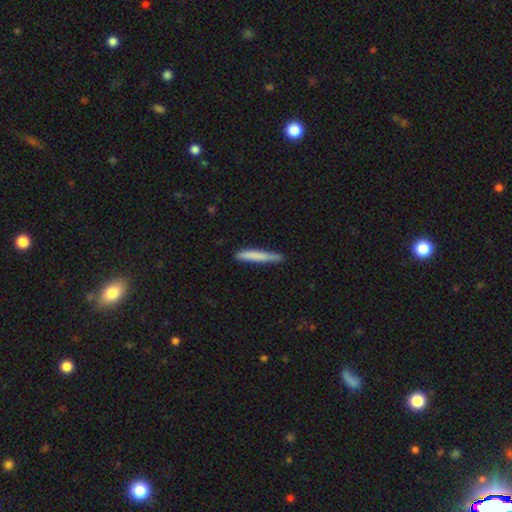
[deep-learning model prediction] smooth 77%, featured or disk 17%, star or artifact 6%. Down the decision tree: how rounded — cigar-shaped (95%); merging — none (75%).